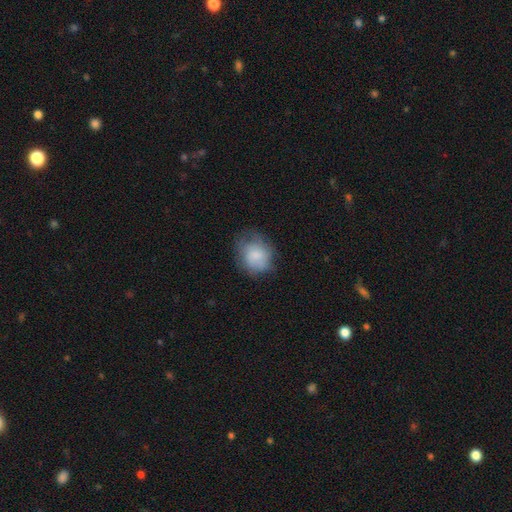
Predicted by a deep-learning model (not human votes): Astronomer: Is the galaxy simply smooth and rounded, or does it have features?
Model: smooth — 74%.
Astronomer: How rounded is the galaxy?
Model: round — 63%.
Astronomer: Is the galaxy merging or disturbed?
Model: none — 55%.